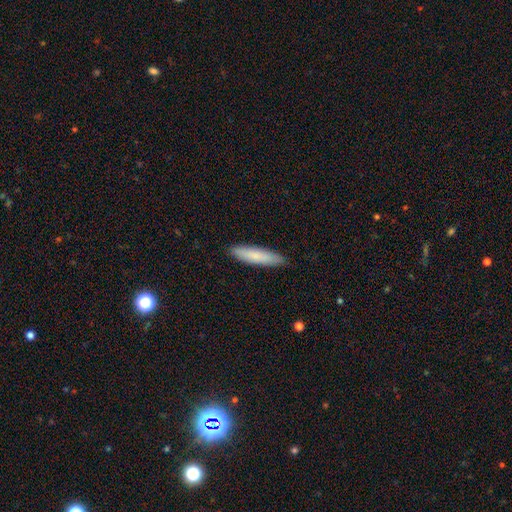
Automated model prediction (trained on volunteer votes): Overall: smooth (81%). How rounded: cigar-shaped (81%). Merging: none (89%).